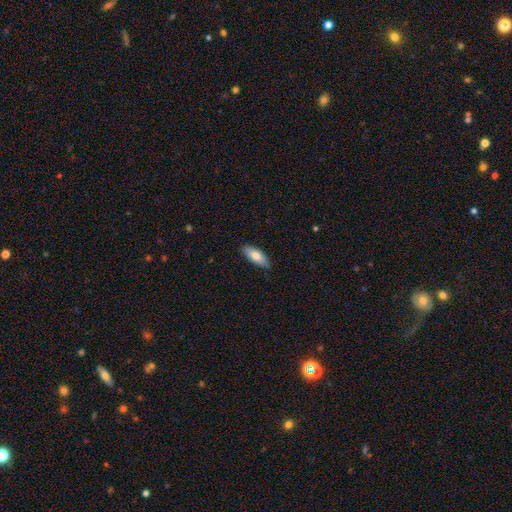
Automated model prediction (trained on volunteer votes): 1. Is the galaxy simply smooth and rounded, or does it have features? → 77% smooth, 17% featured or disk, 6% star or artifact.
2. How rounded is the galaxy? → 77% in between, 21% cigar-shaped, 2% round.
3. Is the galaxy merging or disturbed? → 84% none, 13% minor disturbance, 2% major disturbance, 1% merger.